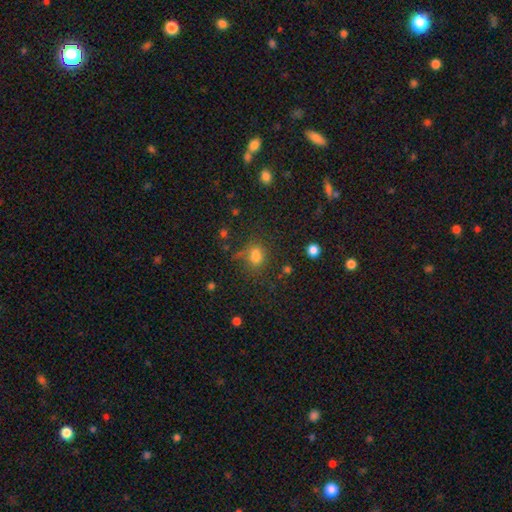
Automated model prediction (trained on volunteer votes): This appears to be a smooth galaxy with no disk features (75%) that is in between round and cigar-shaped (58%). Merging: none (63%).